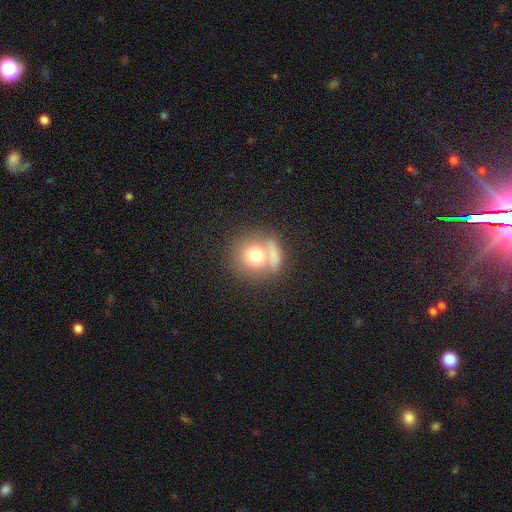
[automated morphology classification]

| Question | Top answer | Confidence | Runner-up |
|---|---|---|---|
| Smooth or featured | smooth | 72% | featured or disk (18%) |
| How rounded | round | 89% | in between (10%) |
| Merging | none | 51% | merger (30%) |